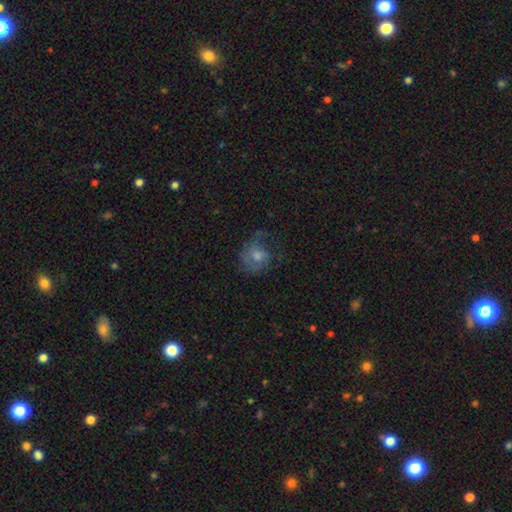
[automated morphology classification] Smooth or featured: featured or disk — 55% (smooth — 32%)
Edge-on disk: no — 97% (yes — 3%)
Bar: no — 74% (weak — 23%)
Spiral arms: yes — 81% (no — 19%)
Bulge size: moderate — 58% (small — 29%)
Merging: none — 54% (major disturbance — 22%)